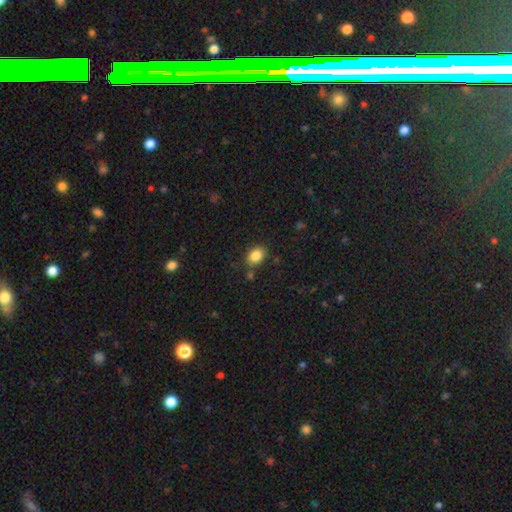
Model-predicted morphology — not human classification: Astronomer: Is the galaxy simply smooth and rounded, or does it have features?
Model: smooth — 85%.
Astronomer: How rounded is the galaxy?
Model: in between — 74%.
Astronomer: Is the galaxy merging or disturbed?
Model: none — 81%.